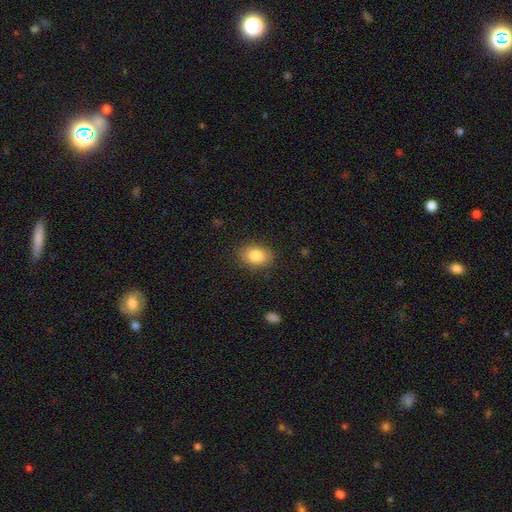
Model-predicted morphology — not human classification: smooth_or_featured: smooth (p=0.84) [alt: star or artifact p=0.08]
how_rounded: in between (p=0.76) [alt: round p=0.23]
merging: none (p=0.85) [alt: minor disturbance p=0.11]